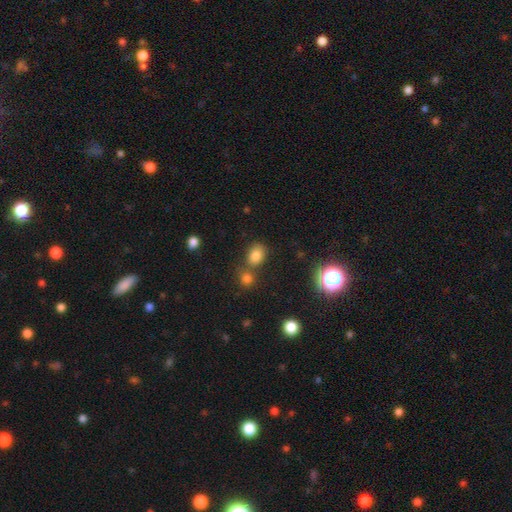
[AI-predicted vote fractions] Overall: smooth (78%). How rounded: in between (66%; round 33%). Merging: none (60%; merger 24%).